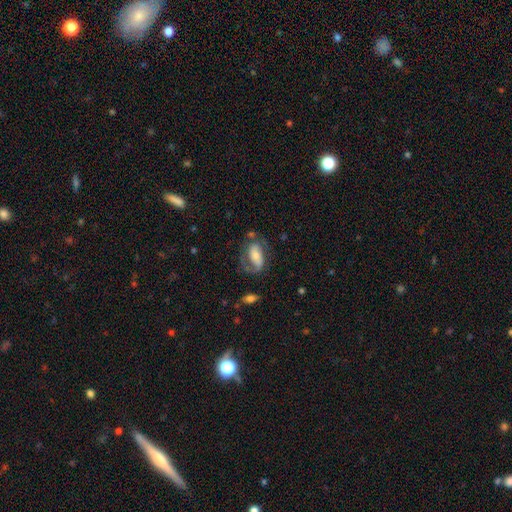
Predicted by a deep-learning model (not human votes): featured or disk 63%, smooth 30%, star or artifact 7%. Down the decision tree: edge-on disk — no (95%); bar — no (42%); spiral arms — yes (85%); spiral arm count — 2 (64%); spiral winding — medium (46%); bulge size — small (37%, tied with moderate); merging — none (52%).